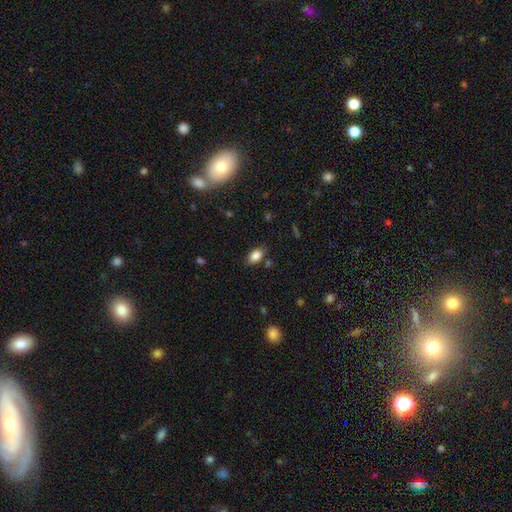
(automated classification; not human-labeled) A smooth galaxy with no disk features (85%) that is in between round and cigar-shaped (88%). Merging: none (81%).